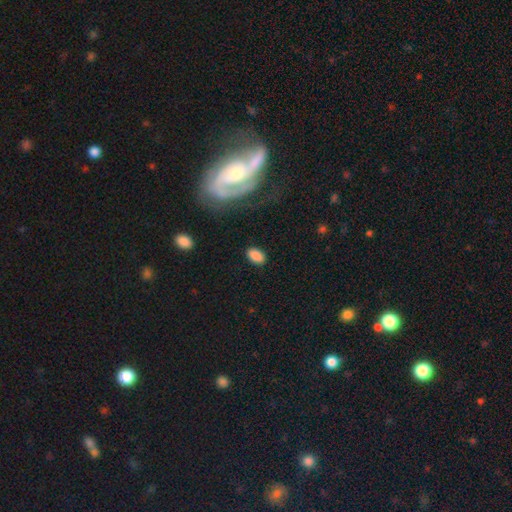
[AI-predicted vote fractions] Smooth or featured? Predicted: smooth (p=0.85). How rounded? Predicted: in between (p=0.91). Merging? Predicted: none (p=0.84).